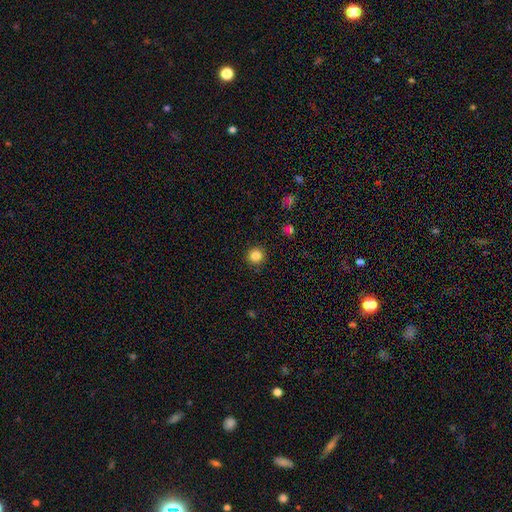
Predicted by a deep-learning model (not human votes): Smooth or featured? smooth (85%)
How rounded? round (94%)
Merging? none (92%)